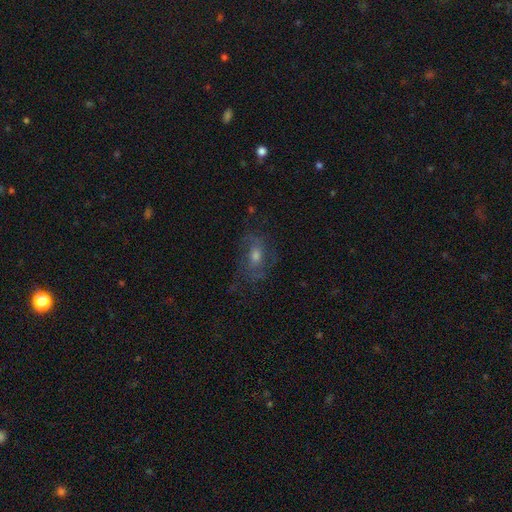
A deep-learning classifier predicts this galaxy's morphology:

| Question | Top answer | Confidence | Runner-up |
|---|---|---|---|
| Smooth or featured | featured or disk | 58% | smooth (27%) |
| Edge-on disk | no | 94% | yes (6%) |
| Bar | no | 63% | weak (31%) |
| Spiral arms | yes | 76% | no (24%) |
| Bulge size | moderate | 59% | small (28%) |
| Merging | none | 63% | minor disturbance (20%) |